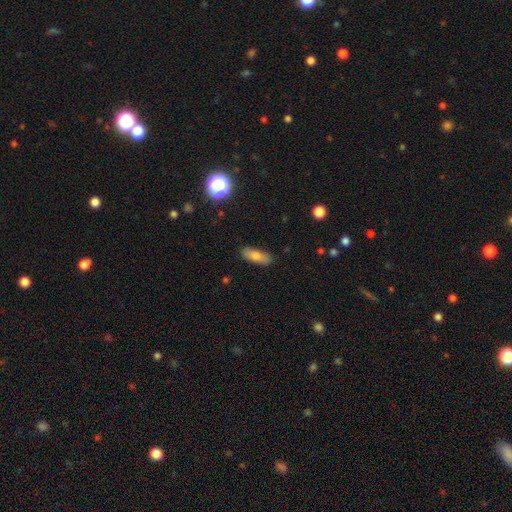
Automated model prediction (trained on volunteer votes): Q: Smooth or featured?
A: smooth (74%); runner-up: featured or disk (18%)
Q: How rounded?
A: in between (60%); runner-up: cigar-shaped (36%)
Q: Merging?
A: none (86%); runner-up: minor disturbance (10%)